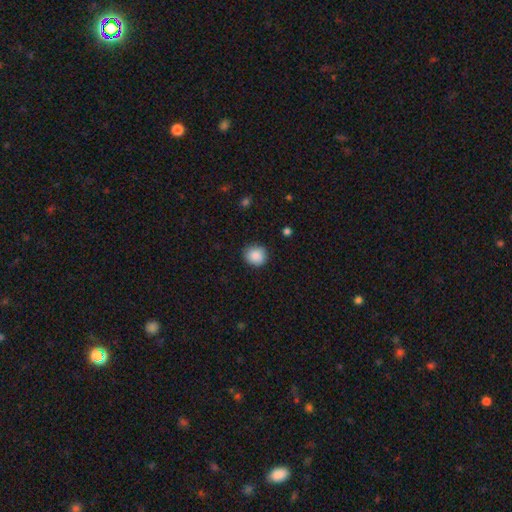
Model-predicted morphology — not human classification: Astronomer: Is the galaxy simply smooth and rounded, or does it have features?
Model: smooth — 88%.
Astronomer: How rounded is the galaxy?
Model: round — 88%.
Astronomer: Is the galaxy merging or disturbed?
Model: none — 88%.